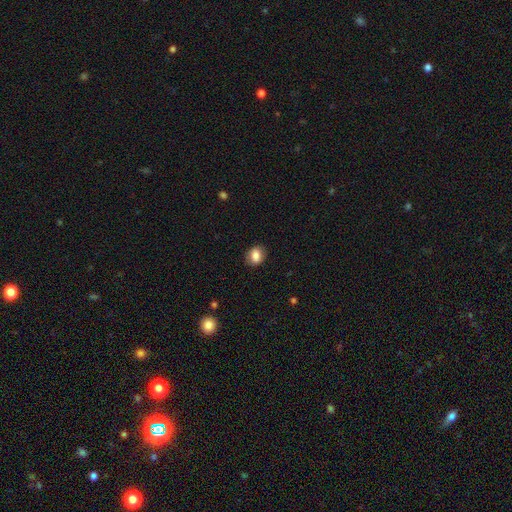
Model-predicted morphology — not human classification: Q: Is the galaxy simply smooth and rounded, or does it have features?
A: smooth — 83%.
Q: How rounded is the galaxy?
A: in between — 57%.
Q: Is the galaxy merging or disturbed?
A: none — 84%.